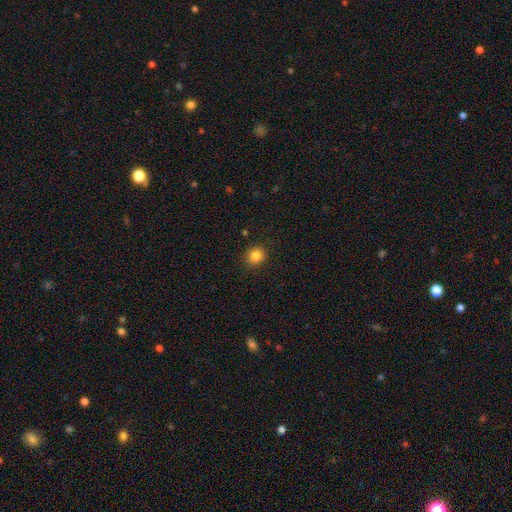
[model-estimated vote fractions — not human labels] A smooth galaxy with no disk features (84%) that is round (82%).

Vote fractions:
- Smooth or featured? smooth: 84% / star or artifact: 11% / featured or disk: 5%
- How rounded? round: 82% / in between: 17% / cigar-shaped: 1%
- Merging? none: 89% / minor disturbance: 8% / major disturbance: 2% / merger: 1%